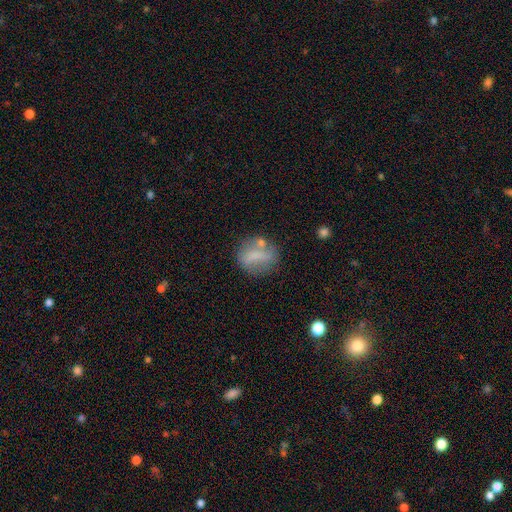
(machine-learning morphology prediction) This is possibly a smooth galaxy (57%). How rounded: possibly round (48%). Merging: possibly none (55%).